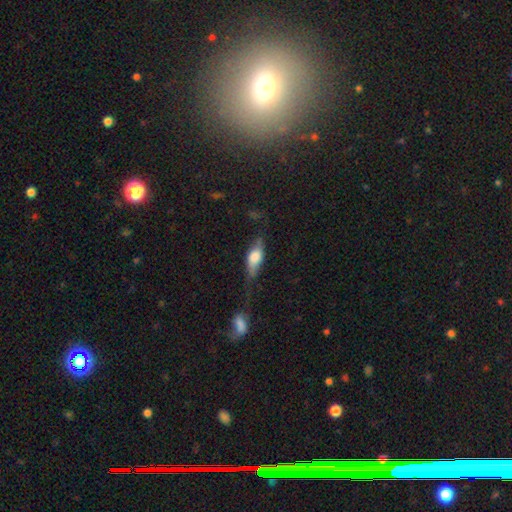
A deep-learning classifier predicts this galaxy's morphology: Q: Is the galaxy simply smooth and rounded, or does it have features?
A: smooth — 56%.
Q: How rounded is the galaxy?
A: in between — 71%.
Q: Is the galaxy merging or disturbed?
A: none — 48%.